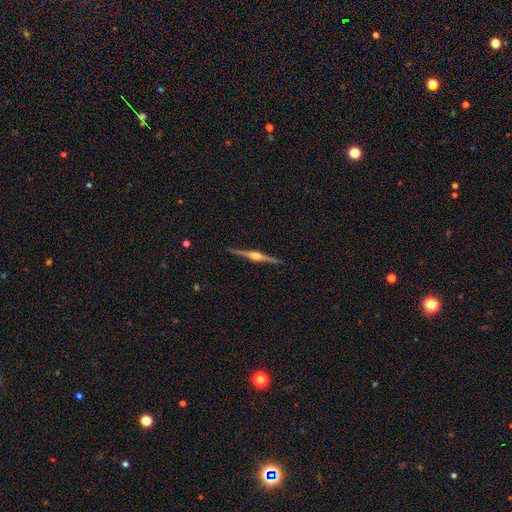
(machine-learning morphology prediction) Q: Smooth or featured?
A: featured or disk (85%); runner-up: smooth (9%)
Q: Edge-on disk?
A: yes (99%); runner-up: no (1%)
Q: Edge-on bulge?
A: rounded (91%); runner-up: boxy (7%)
Q: Merging?
A: none (91%); runner-up: minor disturbance (7%)